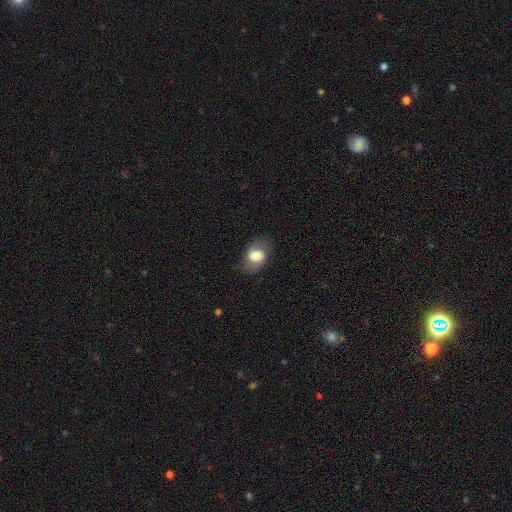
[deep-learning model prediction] Overall: smooth (52%; featured or disk 40%). How rounded: in between (74%). Merging: none (76%).